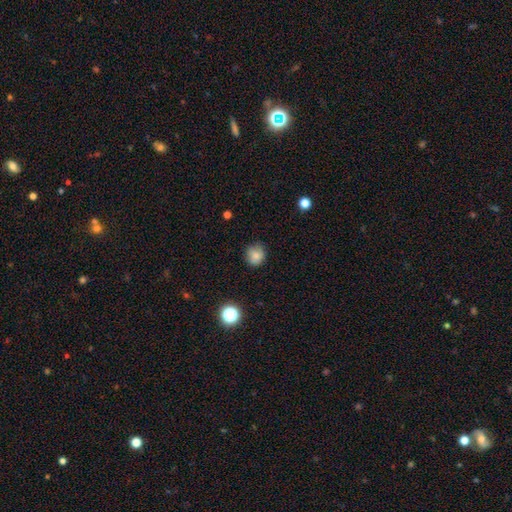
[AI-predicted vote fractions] Smooth or featured? smooth (78%)
How rounded? round (81%)
Merging? none (78%)